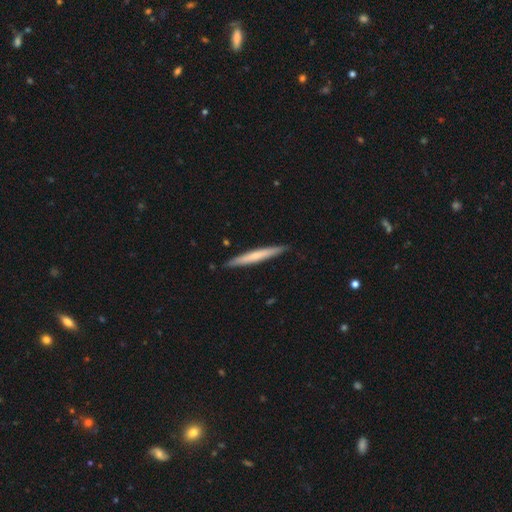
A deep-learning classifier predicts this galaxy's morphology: A smooth galaxy with no disk features (54%) that is cigar-shaped (96%). Merging: none (89%).